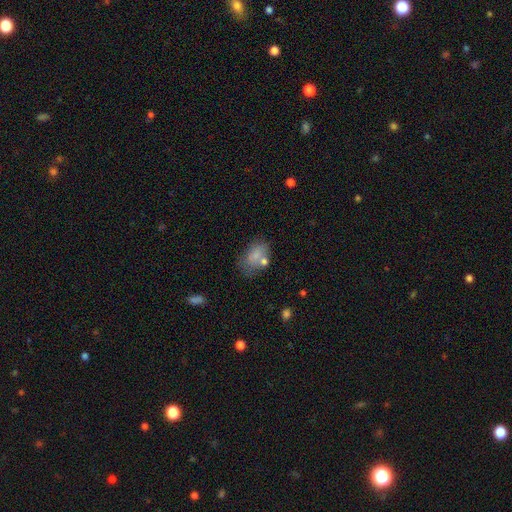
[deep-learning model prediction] smooth-or-featured: smooth: 74% | featured or disk: 15% | star or artifact: 10%
  how-rounded: in between: 83% | round: 16% | cigar-shaped: 2%
  merging: none: 47% | minor disturbance: 23% | merger: 18% | major disturbance: 12%